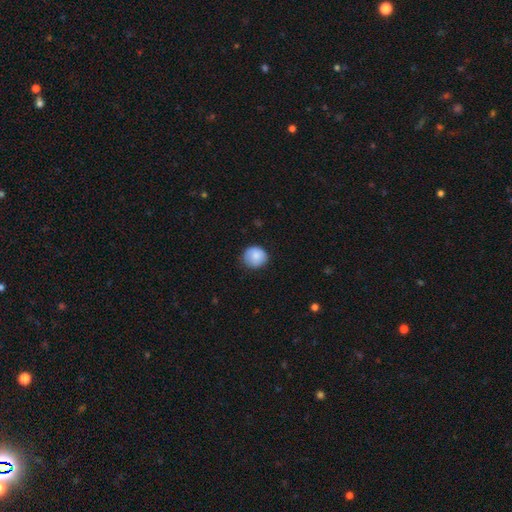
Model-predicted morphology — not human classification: A smooth galaxy with no disk features (85%) that is round (86%). Merging: none (80%).